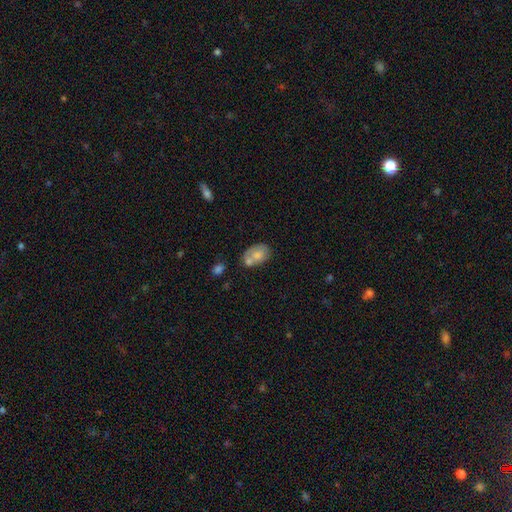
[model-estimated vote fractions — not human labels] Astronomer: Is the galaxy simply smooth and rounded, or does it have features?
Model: smooth — 68%.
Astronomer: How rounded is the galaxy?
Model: in between — 84%.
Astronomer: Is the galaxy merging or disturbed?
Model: none — 41% (runner-up: merger, 29%).